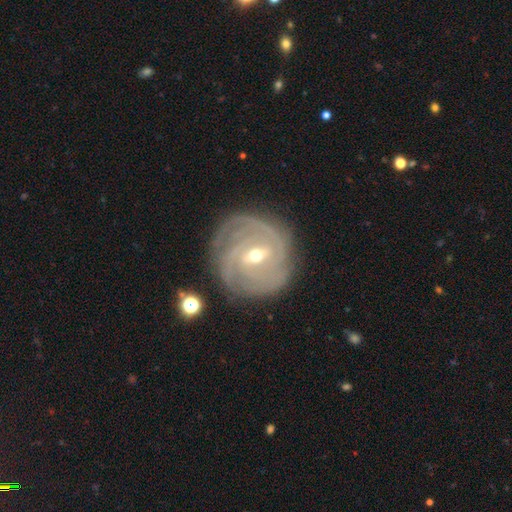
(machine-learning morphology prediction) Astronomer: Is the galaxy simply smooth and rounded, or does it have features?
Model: featured or disk — 87%.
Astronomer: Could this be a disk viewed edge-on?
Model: no — 97%.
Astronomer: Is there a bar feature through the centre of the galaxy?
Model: weak — 54%.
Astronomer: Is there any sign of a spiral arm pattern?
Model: yes — 97%.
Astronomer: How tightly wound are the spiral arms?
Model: tight — 78%.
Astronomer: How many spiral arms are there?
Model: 3 — 26% (runner-up: 4, 25%).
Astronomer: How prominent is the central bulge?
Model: small — 51% (runner-up: moderate, 46%).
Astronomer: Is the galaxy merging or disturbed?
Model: none — 81%.